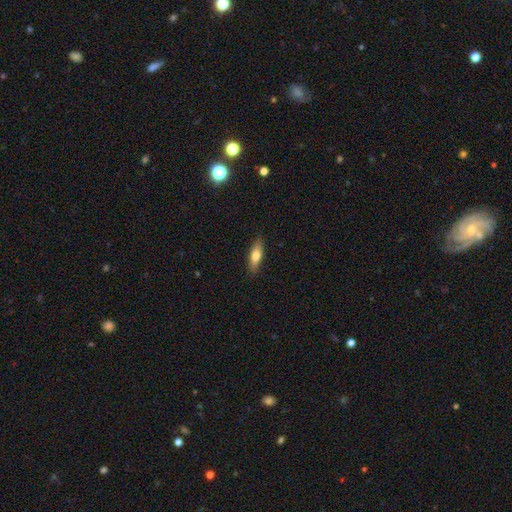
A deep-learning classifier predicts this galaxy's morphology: smooth-or-featured: smooth: 66% | featured or disk: 28% | star or artifact: 7%
  how-rounded: cigar-shaped: 50% | in between: 48% | round: 3%
  merging: none: 87% | minor disturbance: 10% | major disturbance: 2% | merger: 1%